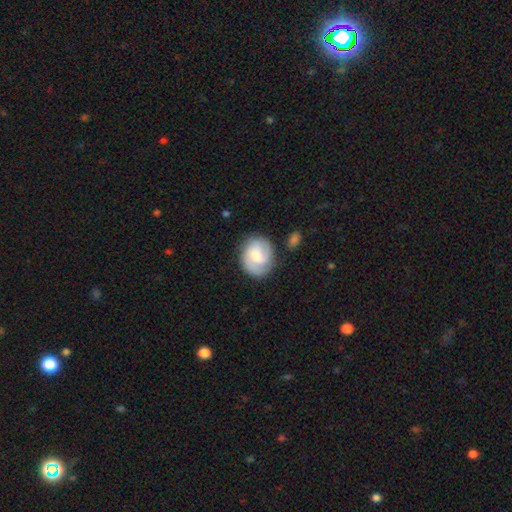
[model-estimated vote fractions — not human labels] The model was most divided on "spiral winding": tight: 43%, medium: 42%, loose: 15%. More confident: edge-on disk — no (98%); spiral arms — yes (91%); merging — none (77%); spiral arm count — 2 (61%); smooth or featured — featured or disk (59%); bulge size — moderate (55%); bar — no (50%).